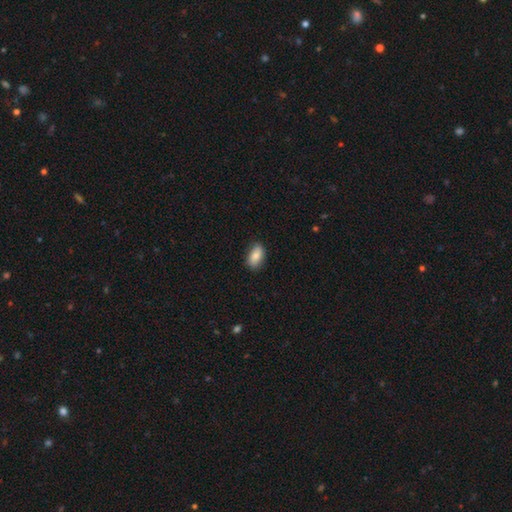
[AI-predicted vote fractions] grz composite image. It shows a smooth galaxy with no disk features (84%) that is in between round and cigar-shaped (92%). Merging: none (82%).